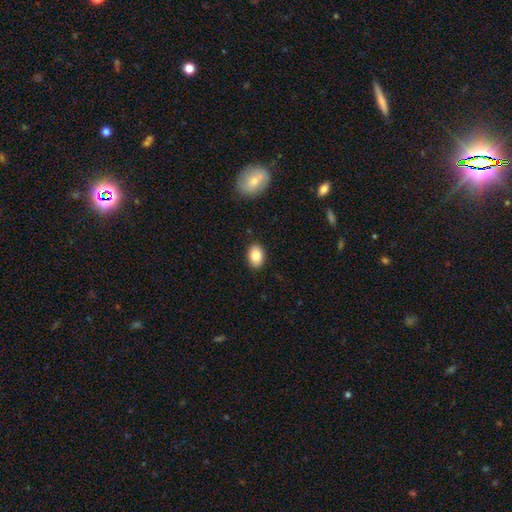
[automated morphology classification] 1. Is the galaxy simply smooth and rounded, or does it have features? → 85% smooth, 8% star or artifact, 8% featured or disk.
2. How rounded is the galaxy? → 84% in between, 15% round, 1% cigar-shaped.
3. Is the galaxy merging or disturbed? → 89% none, 8% minor disturbance, 2% major disturbance, 1% merger.